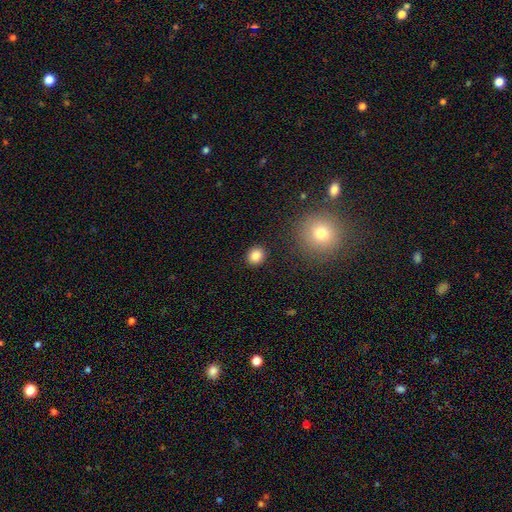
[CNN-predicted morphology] smooth_or_featured: smooth (p=0.84) [alt: star or artifact p=0.11]
how_rounded: round (p=0.81) [alt: in between p=0.18]
merging: none (p=0.90) [alt: minor disturbance p=0.06]